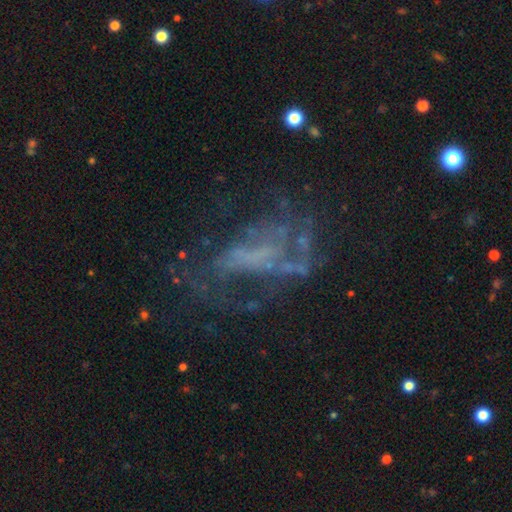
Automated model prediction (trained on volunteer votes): featured or disk 61%, star or artifact 23%, smooth 17%. Down the decision tree: edge-on disk — no (95%); bar — no (74%); spiral arms — no (67%); bulge size — none (76%); merging — none (41%).